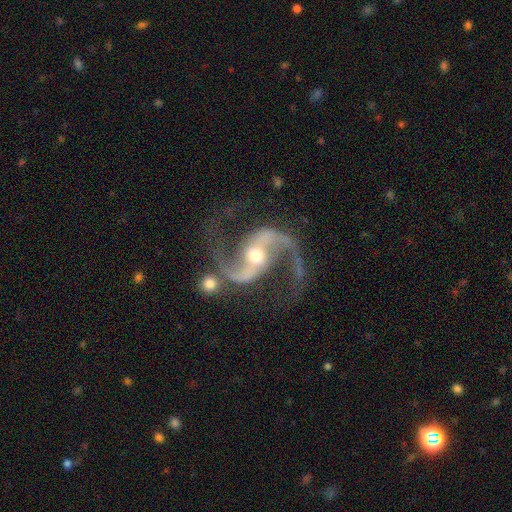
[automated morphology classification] Smooth or featured? Predicted: featured or disk (p=0.94). Edge-on disk? Predicted: no (p=0.98). Bar? Predicted: strong (p=0.40). Spiral arms? Predicted: yes (p=0.99). Spiral winding? Predicted: medium (p=0.59). Spiral arm count? Predicted: 2 (p=0.95). Bulge size? Predicted: moderate (p=0.62). Merging? Predicted: none (p=0.75).